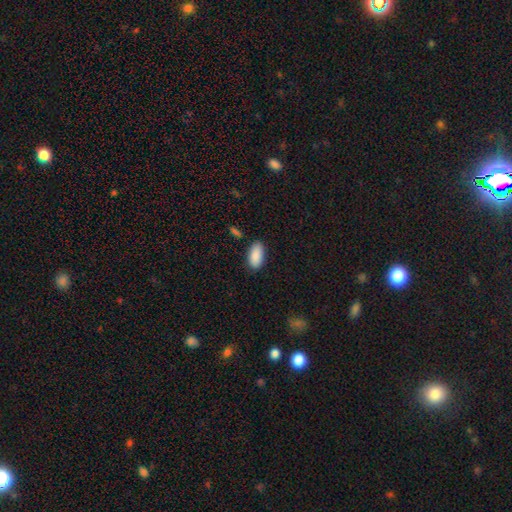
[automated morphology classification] Smooth or featured? smooth (90%)
How rounded? in between (92%)
Merging? none (85%)